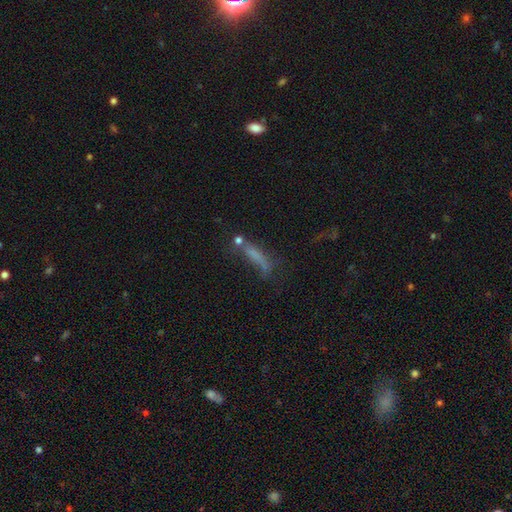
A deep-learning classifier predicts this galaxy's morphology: Q: Smooth or featured?
A: smooth (55%); runner-up: featured or disk (27%)
Q: How rounded?
A: cigar-shaped (76%); runner-up: in between (21%)
Q: Merging?
A: none (40%); runner-up: major disturbance (24%)